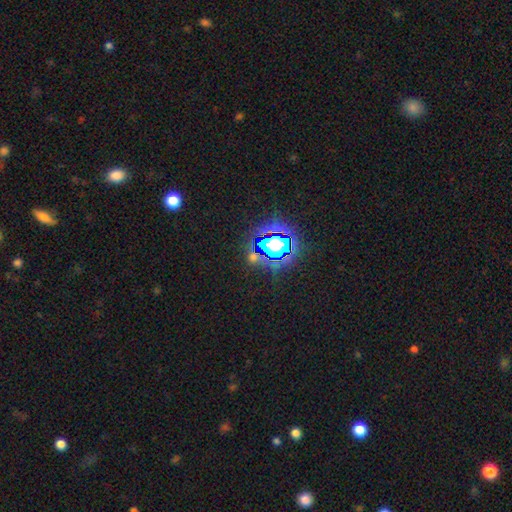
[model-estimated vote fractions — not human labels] Smooth or featured? Predicted: star or artifact (p=0.70).